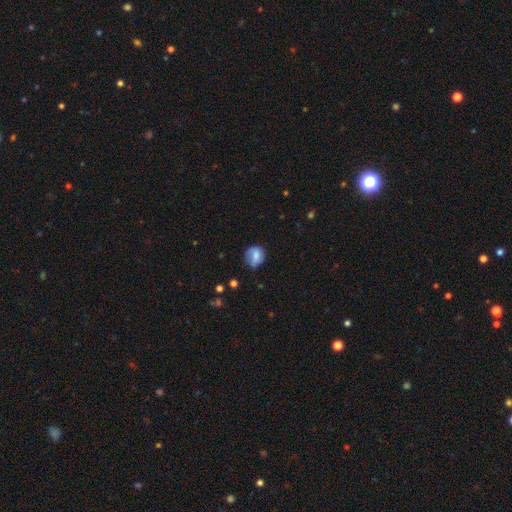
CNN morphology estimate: Smooth or featured? Predicted: smooth (p=0.62). How rounded? Predicted: round (p=0.64). Merging? Predicted: none (p=0.50).